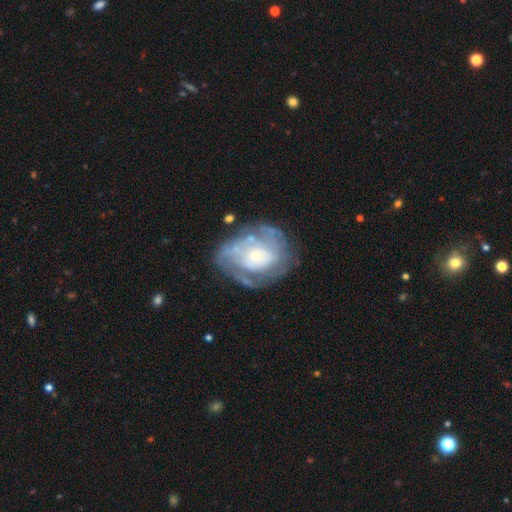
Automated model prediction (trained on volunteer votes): This appears to be a featured or disk galaxy (72%) with no bar (80%), spiral arms (71%) and a small central bulge (59%). Merging: none (59%).